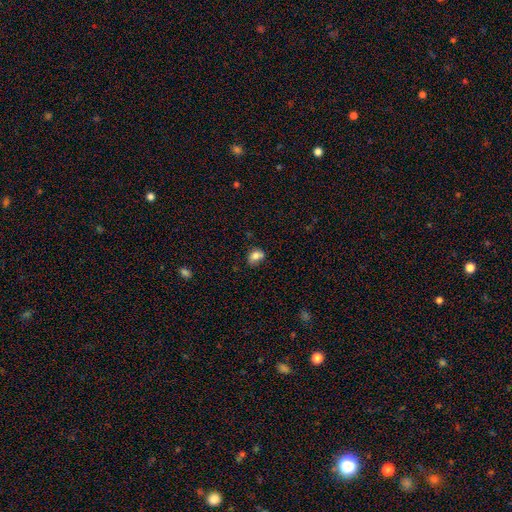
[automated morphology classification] A smooth galaxy with no disk features (77%) that is in between round and cigar-shaped (59%). Merging: none (49%).